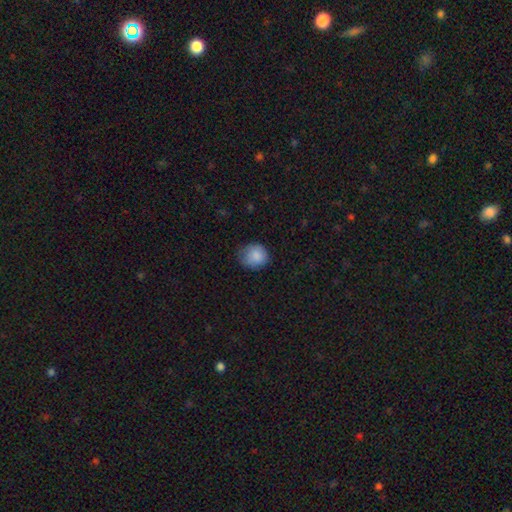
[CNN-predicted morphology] Smooth or featured?
  - smooth: 86% *
  - star or artifact: 8%
  - featured or disk: 6%
How rounded?
  - round: 80% *
  - in between: 19%
  - cigar-shaped: 1%
Merging?
  - none: 64% *
  - minor disturbance: 28%
  - major disturbance: 6%
  - merger: 1%